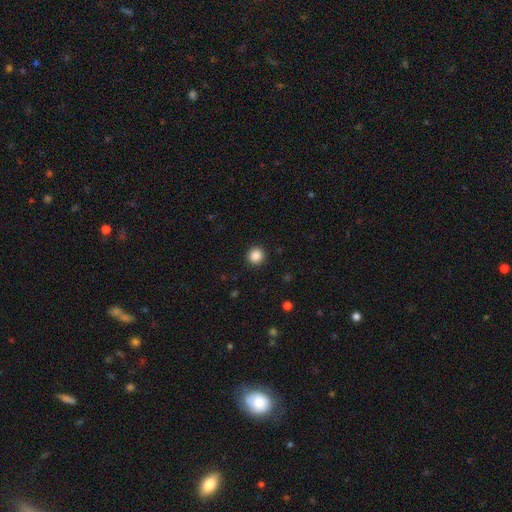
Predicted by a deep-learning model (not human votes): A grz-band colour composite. It shows a smooth galaxy with no disk features (88%) that is round (93%). Merging: none (92%).